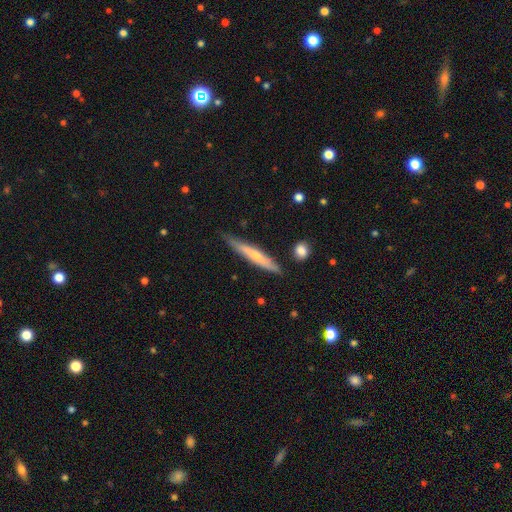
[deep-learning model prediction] Smooth or featured? smooth (50%)
Merging? none (78%)